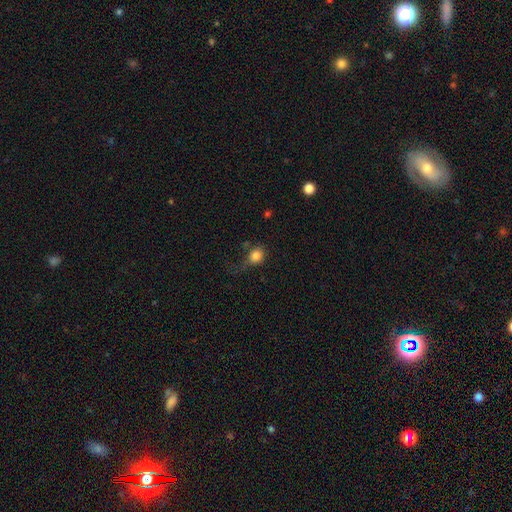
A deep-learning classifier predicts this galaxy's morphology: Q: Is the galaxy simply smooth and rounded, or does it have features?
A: smooth — 83%.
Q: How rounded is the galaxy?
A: round — 70%.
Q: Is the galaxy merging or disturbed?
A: none — 50%.